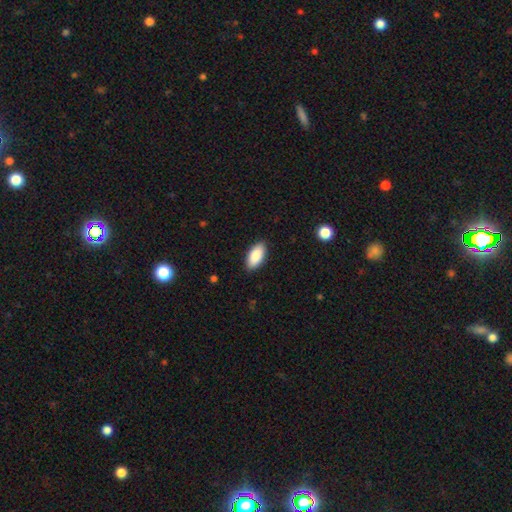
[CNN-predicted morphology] smooth_or_featured: smooth (p=0.89) [alt: star or artifact p=0.06]
how_rounded: in between (p=0.93) [alt: cigar-shaped p=0.05]
merging: none (p=0.88) [alt: minor disturbance p=0.09]